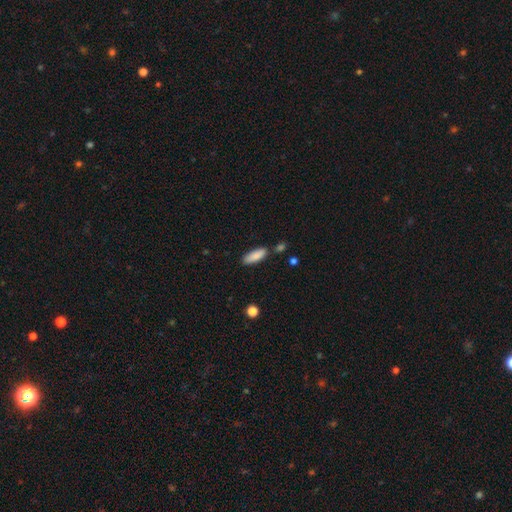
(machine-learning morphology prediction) Smooth or featured? smooth (87%)
How rounded? in between (58%)
Merging? none (78%)